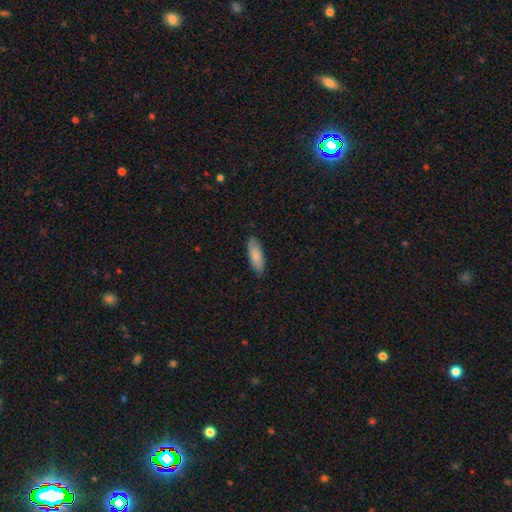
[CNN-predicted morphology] Smooth or featured? Predicted: smooth (p=0.81). How rounded? Predicted: in between (p=0.64). Merging? Predicted: none (p=0.84).